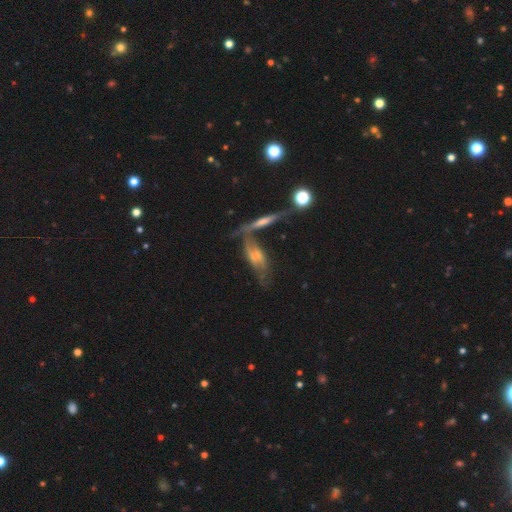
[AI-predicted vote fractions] The model was most divided on "merging": merger: 41%, none: 28%, minor disturbance: 17%, major disturbance: 14%. More confident: smooth or featured — featured or disk (61%); edge-on disk — no (58%).